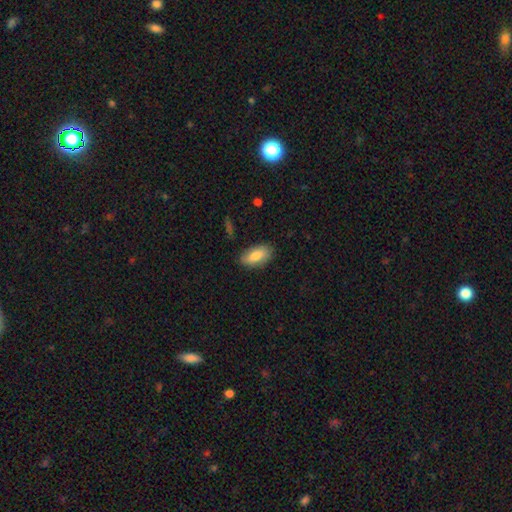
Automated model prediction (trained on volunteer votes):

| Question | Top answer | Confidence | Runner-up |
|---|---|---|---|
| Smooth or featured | smooth | 80% | featured or disk (14%) |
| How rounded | in between | 90% | cigar-shaped (8%) |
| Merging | none | 83% | minor disturbance (13%) |